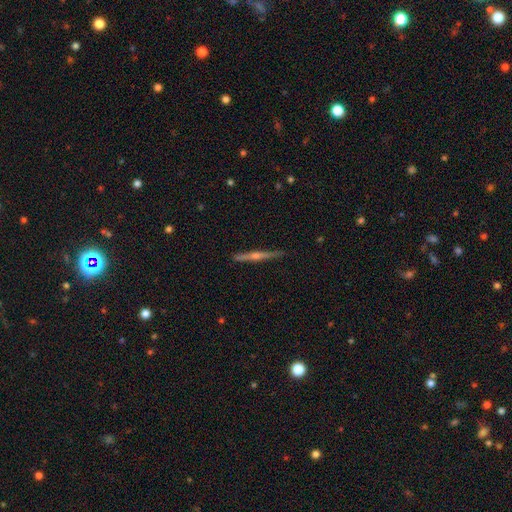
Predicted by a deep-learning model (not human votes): Smooth or featured? Predicted: featured or disk (p=0.69). Edge-on disk? Predicted: yes (p=0.96). Edge-on bulge? Predicted: rounded (p=0.84). Merging? Predicted: none (p=0.88).